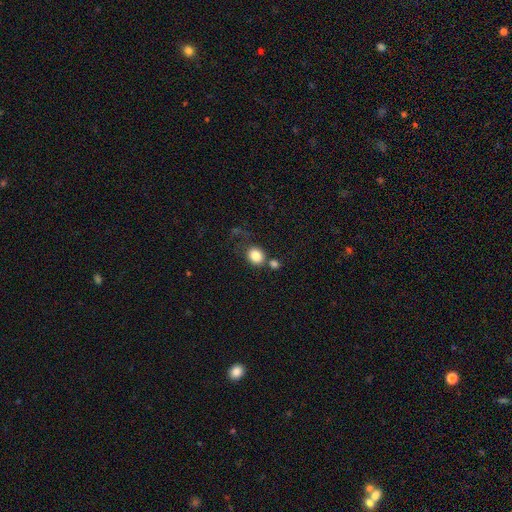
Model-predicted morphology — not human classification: type=smooth (84%); roundness=round (66%); merging=none (59%).